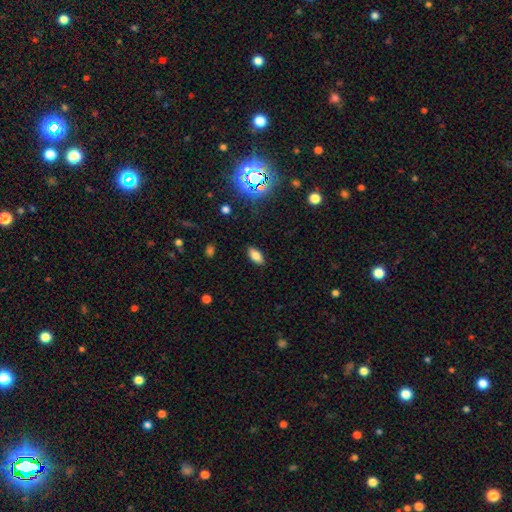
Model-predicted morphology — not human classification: smooth-or-featured: smooth: 77% | star or artifact: 13% | featured or disk: 10%
  how-rounded: in between: 89% | cigar-shaped: 7% | round: 4%
  merging: none: 88% | minor disturbance: 8% | major disturbance: 2% | merger: 1%